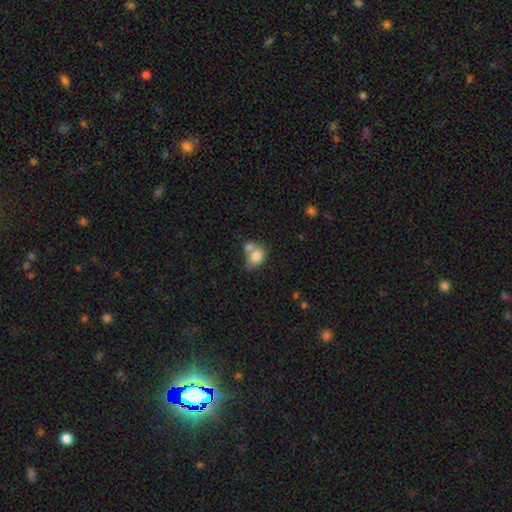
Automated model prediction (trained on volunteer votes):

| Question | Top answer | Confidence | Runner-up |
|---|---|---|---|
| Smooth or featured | smooth | 78% | featured or disk (13%) |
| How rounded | in between | 71% | round (28%) |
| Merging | merger | 49% | none (33%) |